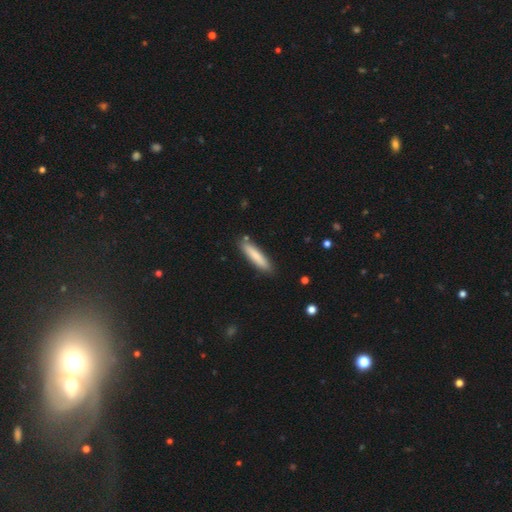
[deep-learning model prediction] The model was most divided on "smooth or featured": smooth: 80%, featured or disk: 14%, star or artifact: 6%. More confident: merging — none (86%); how rounded — cigar-shaped (85%).